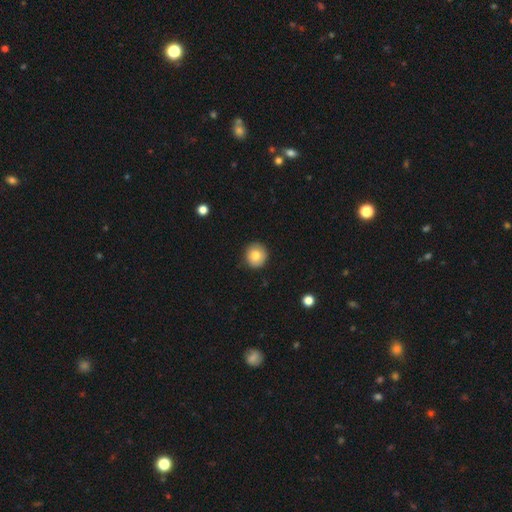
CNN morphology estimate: smooth-or-featured: smooth: 80% | featured or disk: 11% | star or artifact: 9%
  how-rounded: round: 91% | in between: 8% | cigar-shaped: 1%
  merging: none: 88% | minor disturbance: 9% | major disturbance: 2% | merger: 1%